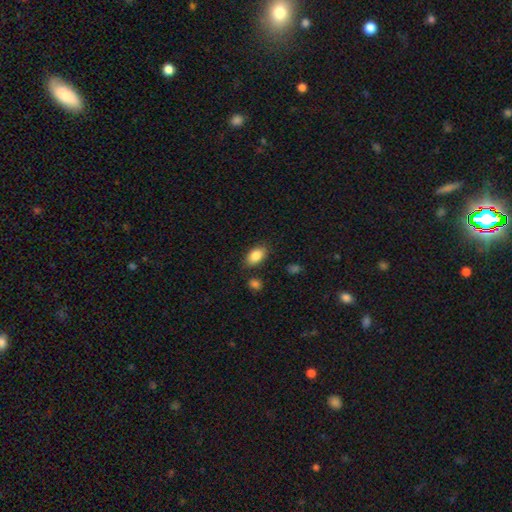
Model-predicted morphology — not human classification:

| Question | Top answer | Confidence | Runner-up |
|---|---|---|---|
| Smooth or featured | smooth | 86% | star or artifact (7%) |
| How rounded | in between | 90% | round (7%) |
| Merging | none | 82% | minor disturbance (11%) |